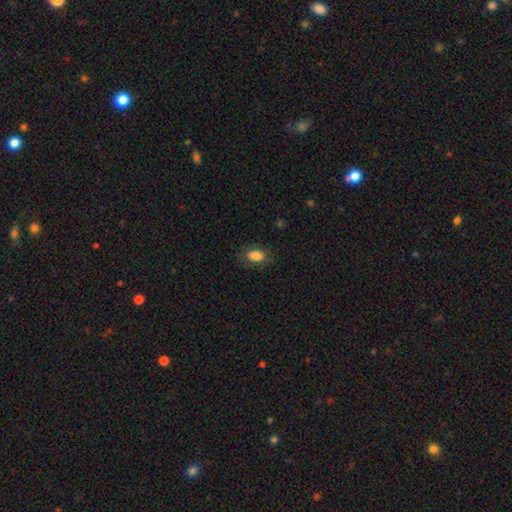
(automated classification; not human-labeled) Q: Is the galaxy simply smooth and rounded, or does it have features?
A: smooth — 84%.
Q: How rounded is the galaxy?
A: in between — 87%.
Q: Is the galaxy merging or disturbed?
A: none — 80%.